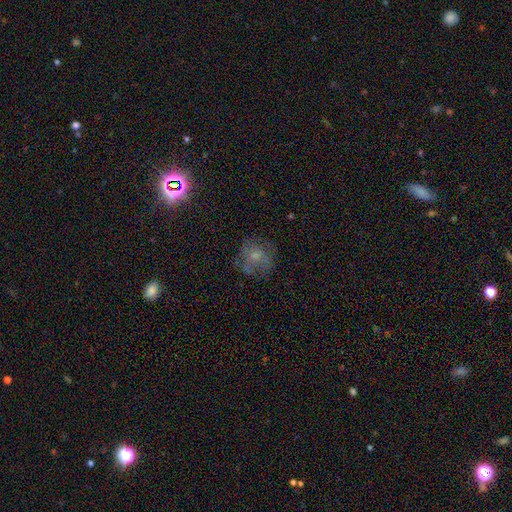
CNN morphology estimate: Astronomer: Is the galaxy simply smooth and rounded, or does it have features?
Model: smooth — 49% (runner-up: featured or disk, 36%).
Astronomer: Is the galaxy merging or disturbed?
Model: none — 60%.